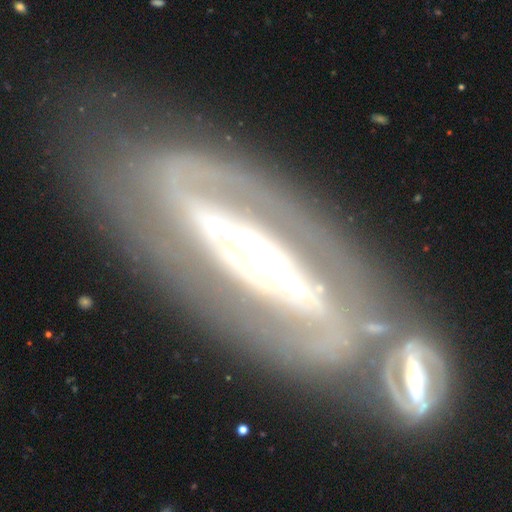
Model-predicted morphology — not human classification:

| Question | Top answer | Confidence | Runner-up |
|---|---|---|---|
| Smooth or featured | featured or disk | 85% | smooth (9%) |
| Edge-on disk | no | 81% | yes (19%) |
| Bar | strong | 62% | no (20%) |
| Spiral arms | yes | 65% | no (35%) |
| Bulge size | moderate | 56% | large (20%) |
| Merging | none | 58% | minor disturbance (18%) |